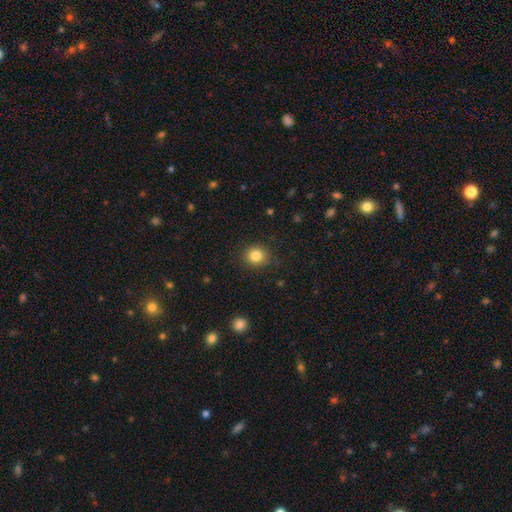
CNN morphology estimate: Smooth or featured? smooth (83%)
How rounded? round (87%)
Merging? none (86%)